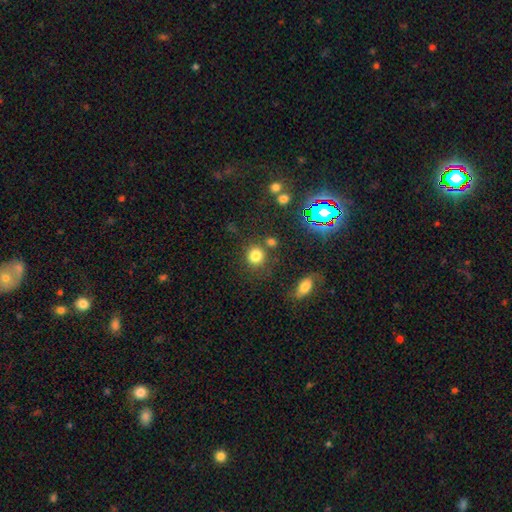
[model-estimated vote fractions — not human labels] A smooth galaxy with no disk features (79%) that is round (84%). Merging: none (74%).